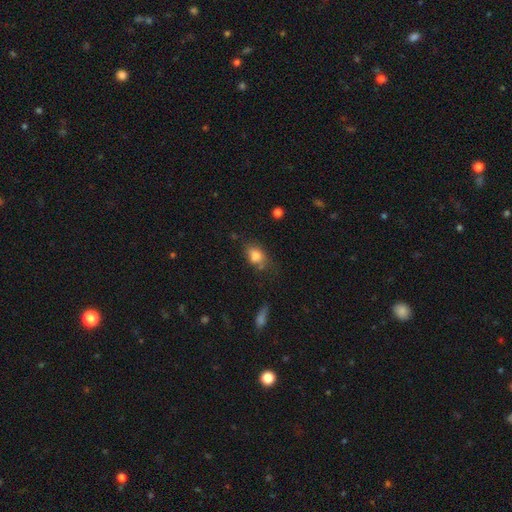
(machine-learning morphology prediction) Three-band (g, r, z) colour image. It shows a smooth galaxy with no disk features (79%) that is in between round and cigar-shaped (76%). Merging: none (55%).